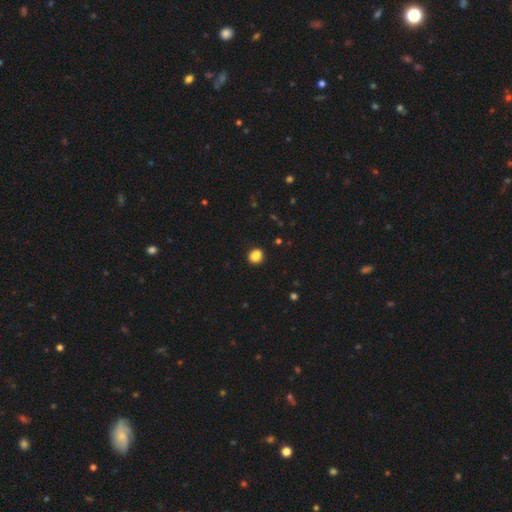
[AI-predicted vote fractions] smooth_or_featured: smooth (p=0.86) [alt: star or artifact p=0.10]
how_rounded: round (p=0.63) [alt: in between p=0.36]
merging: none (p=0.83) [alt: minor disturbance p=0.12]